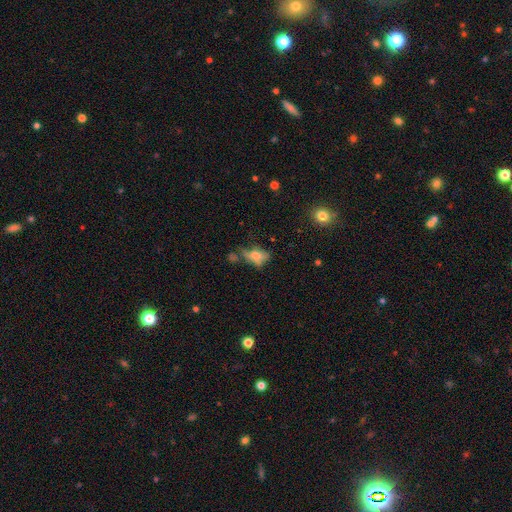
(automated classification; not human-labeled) Smooth or featured: smooth — 57% (featured or disk — 28%)
How rounded: in between — 77% (round — 16%)
Merging: none — 36% (minor disturbance — 25%)